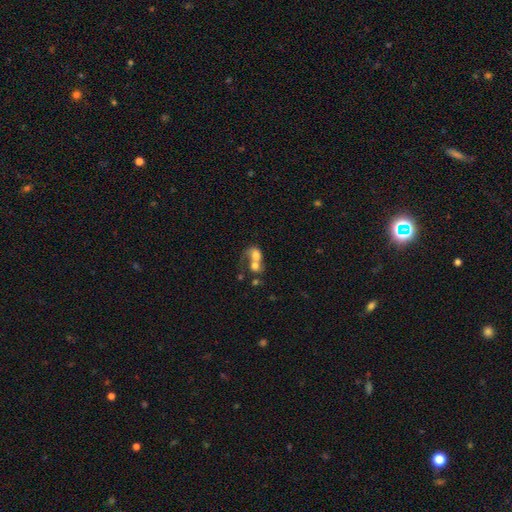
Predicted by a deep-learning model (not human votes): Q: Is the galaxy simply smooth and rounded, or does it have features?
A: smooth — 63%.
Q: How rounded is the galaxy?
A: in between — 55%.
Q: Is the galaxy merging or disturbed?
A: merger — 76%.